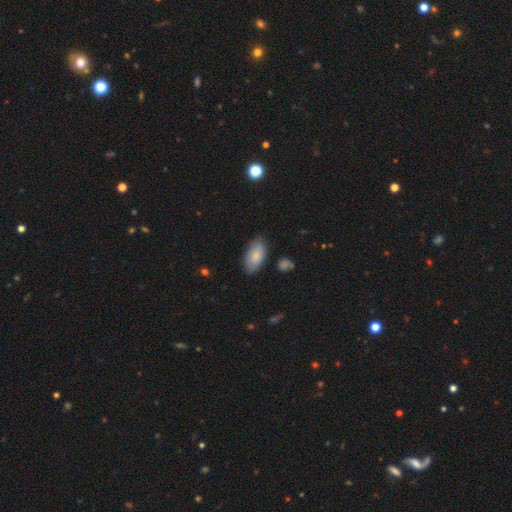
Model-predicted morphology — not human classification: Smooth or featured? Predicted: smooth (p=0.79). How rounded? Predicted: in between (p=0.92). Merging? Predicted: none (p=0.79).